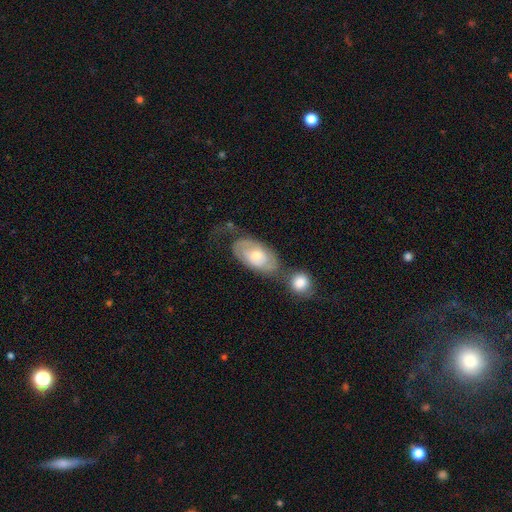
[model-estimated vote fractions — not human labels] featured or disk 58%, smooth 37%, star or artifact 6%. Down the decision tree: edge-on disk — no (93%); bar — no (80%); spiral arms — yes (63%); bulge size — moderate (59%); merging — none (33%).